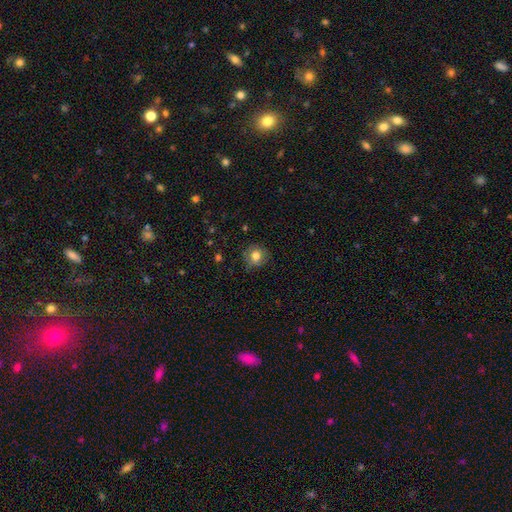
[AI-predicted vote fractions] Overall: smooth (78%). How rounded: round (88%). Merging: none (81%).